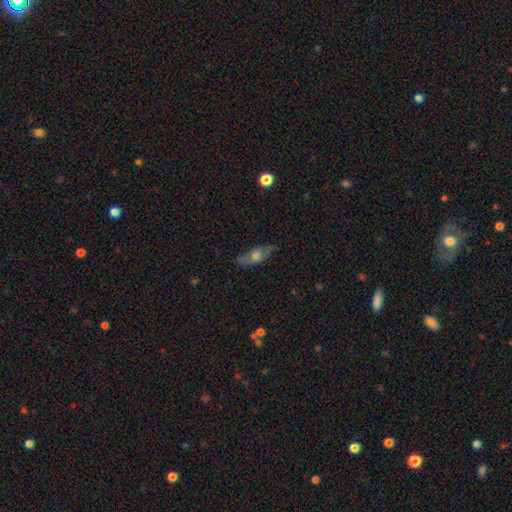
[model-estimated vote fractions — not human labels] Smooth or featured?
  - smooth: 49% *
  - featured or disk: 43%
  - star or artifact: 8%
Merging?
  - none: 75% *
  - minor disturbance: 18%
  - major disturbance: 5%
  - merger: 2%